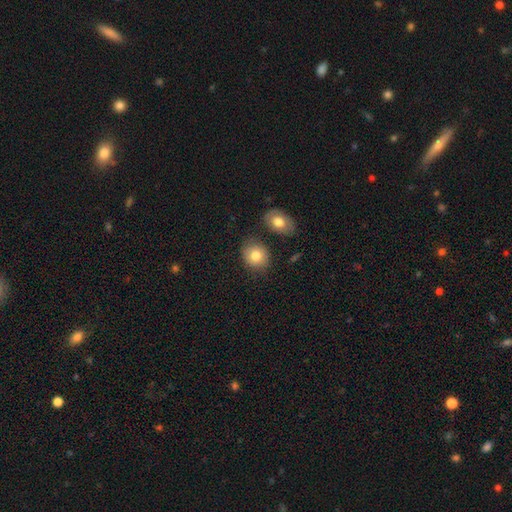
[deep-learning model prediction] Smooth or featured? Predicted: smooth (p=0.79). How rounded? Predicted: round (p=0.66). Merging? Predicted: none (p=0.74).